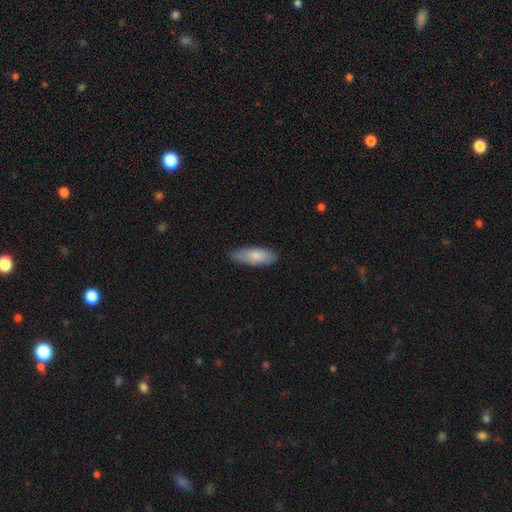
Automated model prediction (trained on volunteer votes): A smooth galaxy with no disk features (81%) that is in between round and cigar-shaped (69%).

Vote fractions:
- Smooth or featured? smooth: 81% / featured or disk: 13% / star or artifact: 6%
- How rounded? in between: 69% / cigar-shaped: 29% / round: 2%
- Merging? none: 78% / minor disturbance: 18% / major disturbance: 3% / merger: 1%